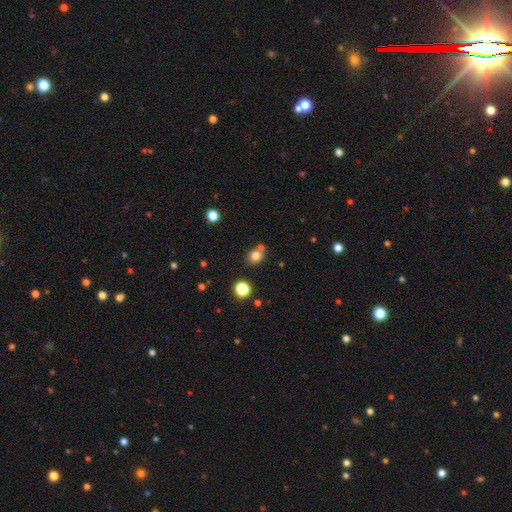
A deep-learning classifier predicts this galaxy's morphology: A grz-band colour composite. It shows a smooth galaxy with no disk features (79%) that is round (79%). Merging: none (64%).